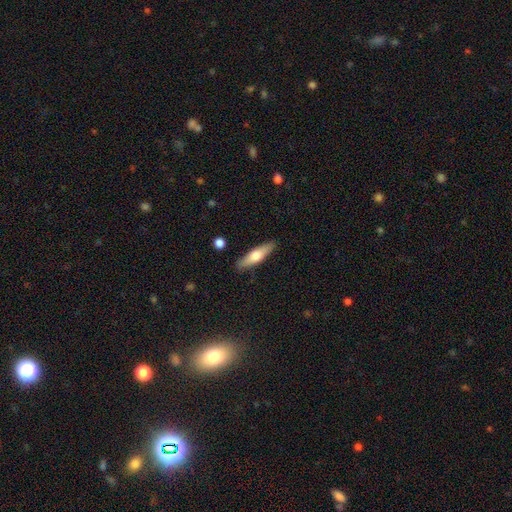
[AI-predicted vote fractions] A smooth galaxy with no disk features (57%) that is cigar-shaped (67%). Merging: none (87%).